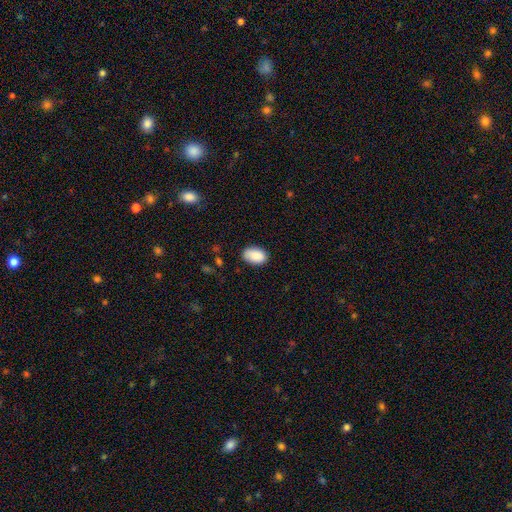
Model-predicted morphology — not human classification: Smooth or featured?
  - smooth: 88% *
  - star or artifact: 7%
  - featured or disk: 5%
How rounded?
  - in between: 90% *
  - round: 9%
  - cigar-shaped: 1%
Merging?
  - none: 80% *
  - minor disturbance: 16%
  - major disturbance: 3%
  - merger: 1%